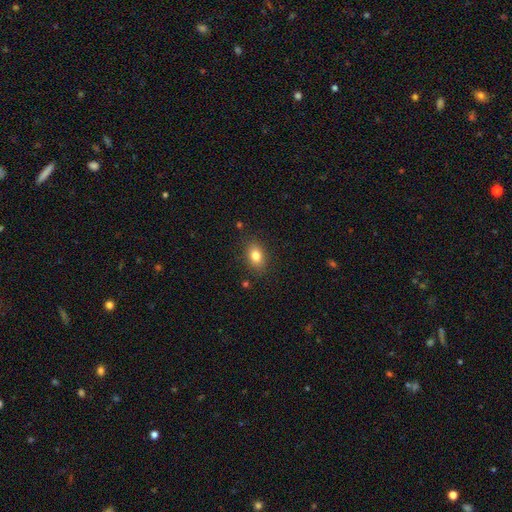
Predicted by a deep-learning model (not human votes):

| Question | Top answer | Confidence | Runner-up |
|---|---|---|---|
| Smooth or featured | smooth | 81% | star or artifact (10%) |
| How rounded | in between | 79% | round (19%) |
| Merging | none | 85% | minor disturbance (11%) |